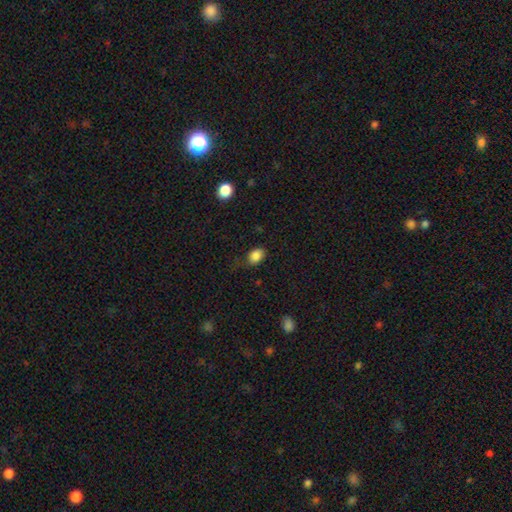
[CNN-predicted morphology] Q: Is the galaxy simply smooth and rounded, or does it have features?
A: smooth — 85%.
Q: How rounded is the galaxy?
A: in between — 71%.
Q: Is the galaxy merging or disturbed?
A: none — 69%.